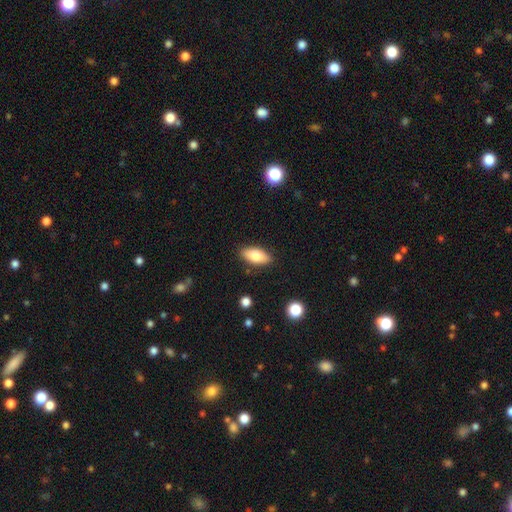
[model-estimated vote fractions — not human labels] smooth_or_featured: smooth (p=0.79) [alt: featured or disk p=0.14]
how_rounded: in between (p=0.86) [alt: cigar-shaped p=0.11]
merging: none (p=0.87) [alt: minor disturbance p=0.10]